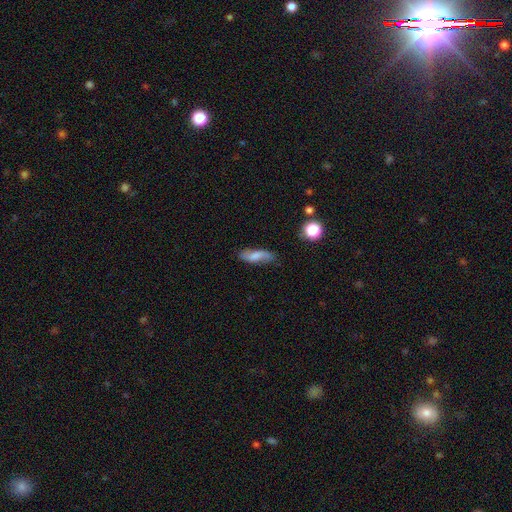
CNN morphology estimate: Smooth or featured: smooth — 60% (featured or disk — 31%)
How rounded: in between — 54% (cigar-shaped — 42%)
Merging: none — 73% (minor disturbance — 20%)